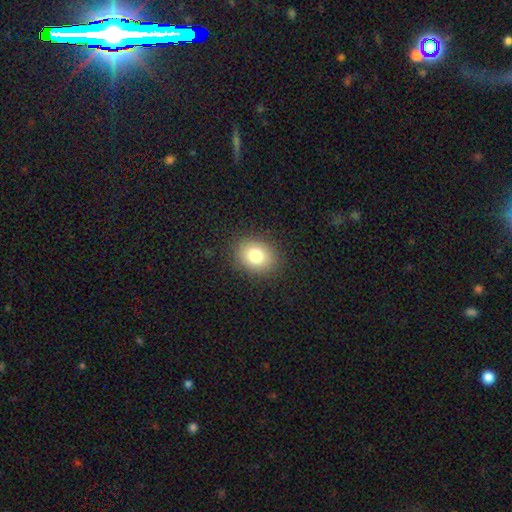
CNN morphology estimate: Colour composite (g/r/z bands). It shows a smooth galaxy with no disk features (80%) that is round (51%). Merging: none (88%).